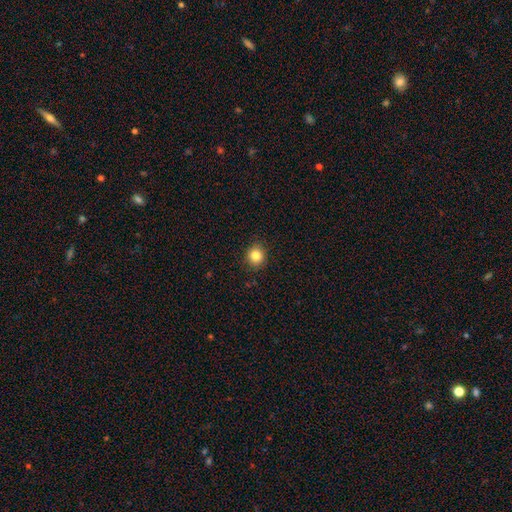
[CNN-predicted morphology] A smooth galaxy with no disk features (84%) that is round (84%). Merging: none (90%).